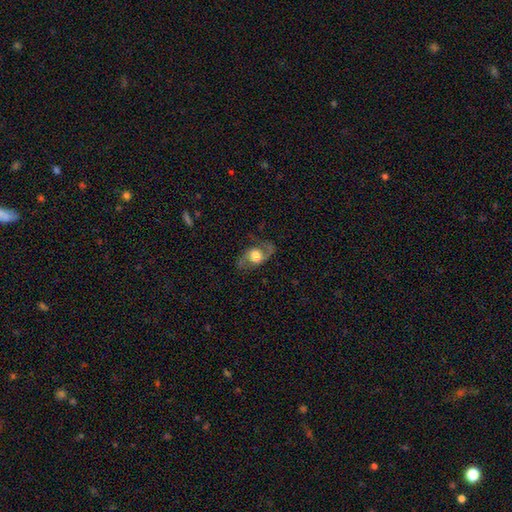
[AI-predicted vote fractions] Smooth or featured: featured or disk — 67% (smooth — 25%)
Edge-on disk: no — 93% (yes — 7%)
Bar: no — 68% (weak — 26%)
Spiral arms: yes — 87% (no — 13%)
Spiral winding: loose — 53% (medium — 39%)
Spiral arm count: 2 — 91% (1 — 3%)
Bulge size: large — 44% (moderate — 42%)
Merging: none — 72% (minor disturbance — 16%)